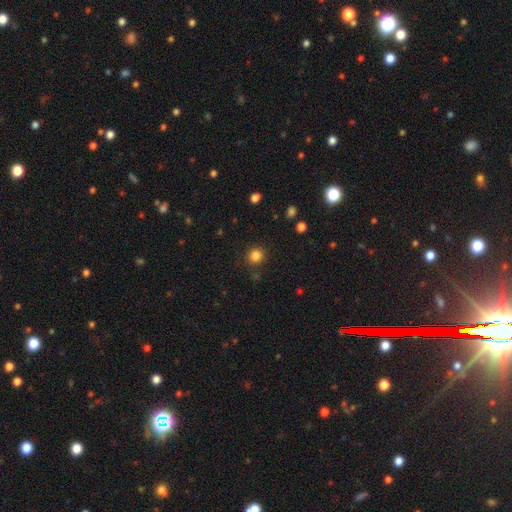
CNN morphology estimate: The model was most divided on "smooth or featured": smooth: 83%, star or artifact: 12%, featured or disk: 4%. More confident: how rounded — round (90%); merging — none (88%).